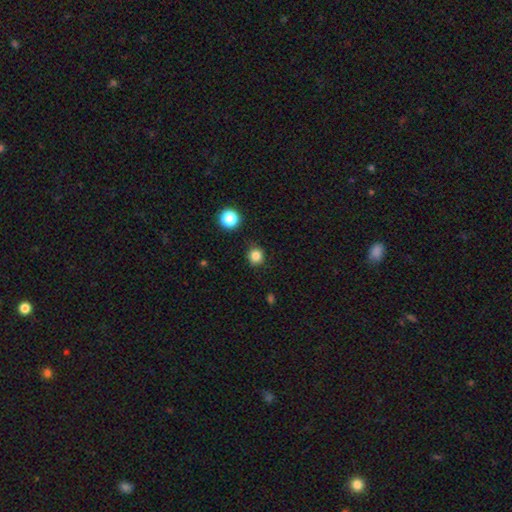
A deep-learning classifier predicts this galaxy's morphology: Smooth or featured: smooth — 83% (star or artifact — 13%)
How rounded: round — 88% (in between — 11%)
Merging: none — 85% (minor disturbance — 10%)